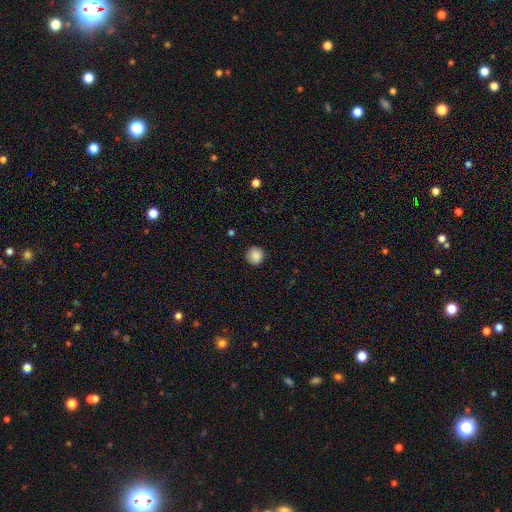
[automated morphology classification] A smooth galaxy with no disk features (88%) that is round (94%). Merging: none (88%).